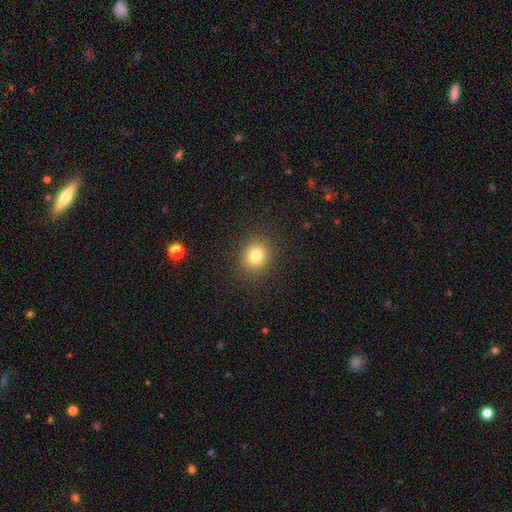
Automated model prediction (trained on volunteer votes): This appears to be a smooth galaxy with no disk features (79%) that is round (81%). Merging: none (90%).